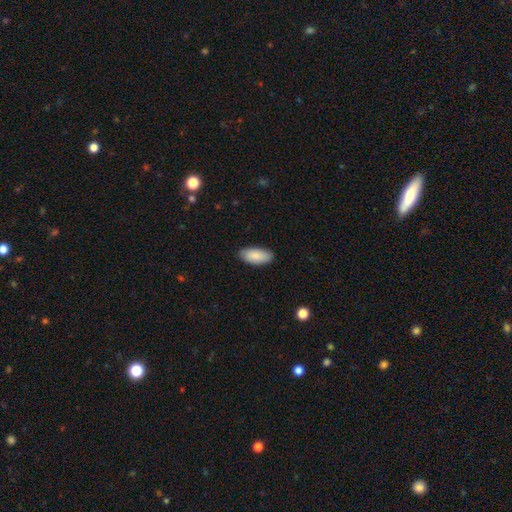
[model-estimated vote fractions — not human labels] smooth-or-featured: smooth: 88% | featured or disk: 7% | star or artifact: 6%
  how-rounded: in between: 90% | cigar-shaped: 8% | round: 2%
  merging: none: 86% | minor disturbance: 11% | major disturbance: 2% | merger: 1%